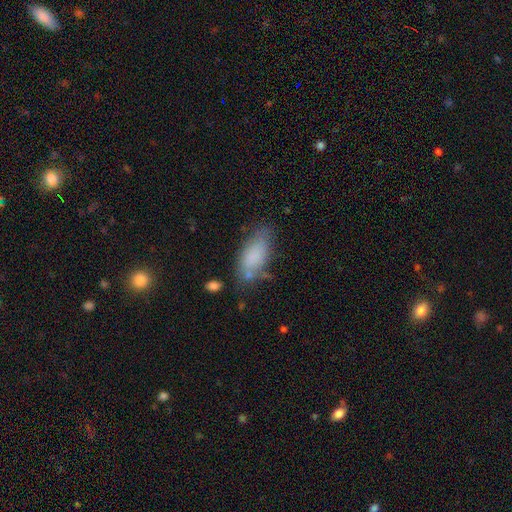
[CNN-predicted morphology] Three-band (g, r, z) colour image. It shows a smooth galaxy with no disk features (79%) that is in between round and cigar-shaped (85%). Merging: none (58%).